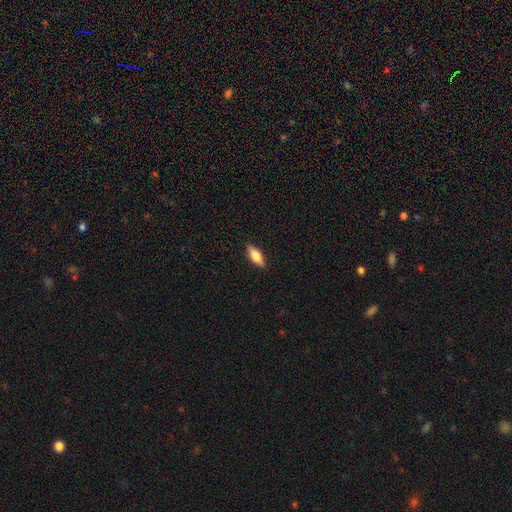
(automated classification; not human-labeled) Smooth or featured?
  - smooth: 74% *
  - featured or disk: 20%
  - star or artifact: 6%
How rounded?
  - in between: 73% *
  - cigar-shaped: 25%
  - round: 2%
Merging?
  - none: 88% *
  - minor disturbance: 9%
  - major disturbance: 2%
  - merger: 1%